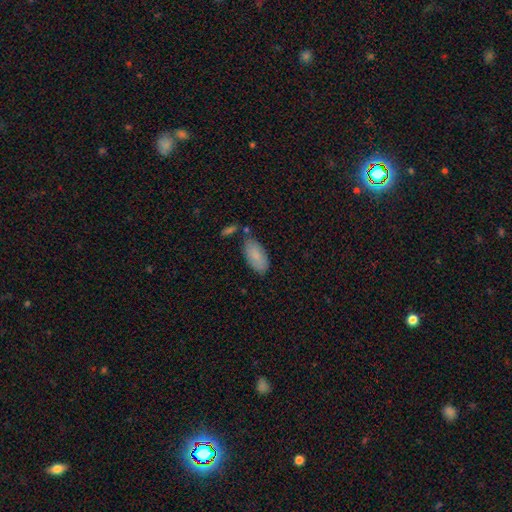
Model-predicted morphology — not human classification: Smooth or featured? smooth (84%)
How rounded? in between (92%)
Merging? none (66%)